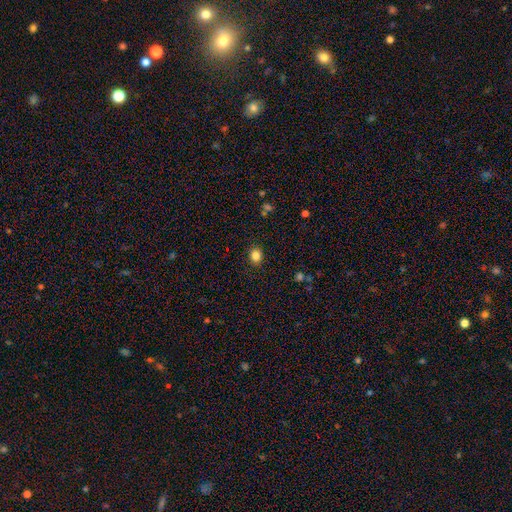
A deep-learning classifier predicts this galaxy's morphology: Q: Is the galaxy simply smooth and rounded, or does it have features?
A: smooth — 84%.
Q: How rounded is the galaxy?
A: round — 67%.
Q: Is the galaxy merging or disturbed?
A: none — 90%.